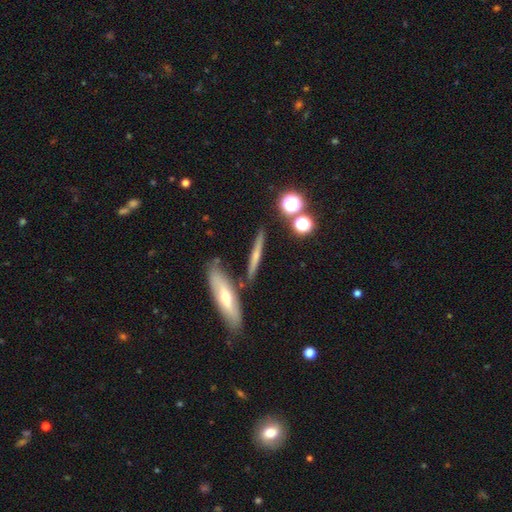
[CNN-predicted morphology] Smooth or featured? Predicted: featured or disk (p=0.47). Merging? Predicted: none (p=0.80).